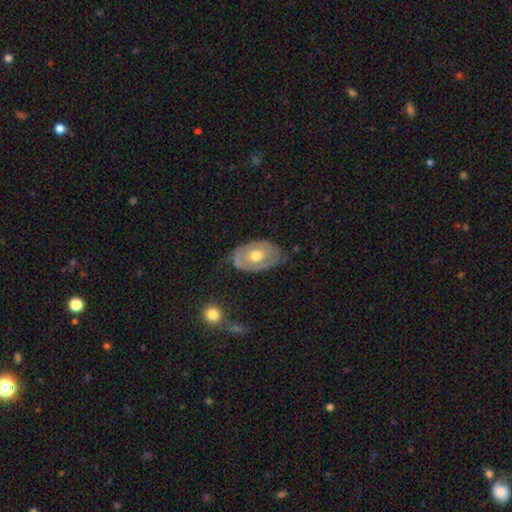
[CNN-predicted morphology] smooth-or-featured: featured or disk: 58% | smooth: 36% | star or artifact: 6%
  disk-edge-on: no: 91% | yes: 9%
    bar: no: 84% | weak: 12% | strong: 3%
    has-spiral-arms: no: 71% | yes: 29%
    bulge-size: moderate: 78% | small: 11% | large: 9% | none: 1% | dominant: 1%
  merging: none: 64% | minor disturbance: 26% | major disturbance: 8% | merger: 2%